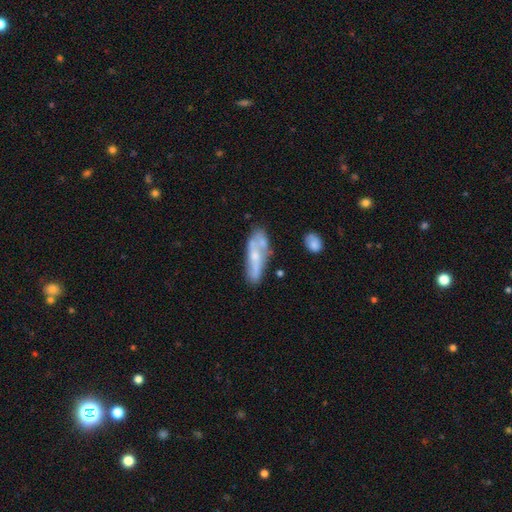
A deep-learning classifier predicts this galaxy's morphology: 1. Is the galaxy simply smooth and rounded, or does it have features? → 55% featured or disk, 38% smooth, 7% star or artifact.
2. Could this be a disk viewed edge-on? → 72% no, 28% yes.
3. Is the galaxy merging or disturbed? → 55% none, 22% minor disturbance, 13% merger, 9% major disturbance.